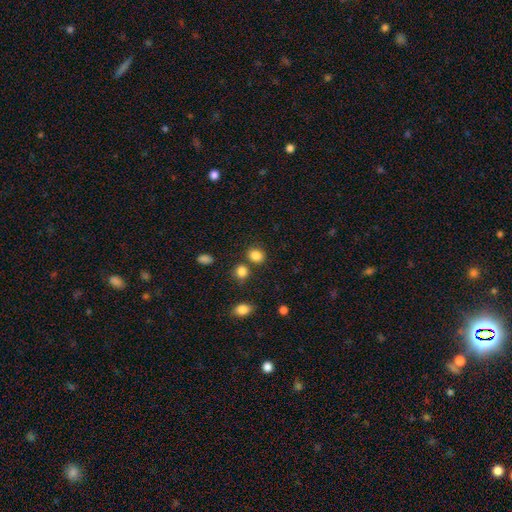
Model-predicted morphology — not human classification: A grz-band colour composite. It shows a smooth galaxy with no disk features (85%) that is round (57%). Merging: none (75%).